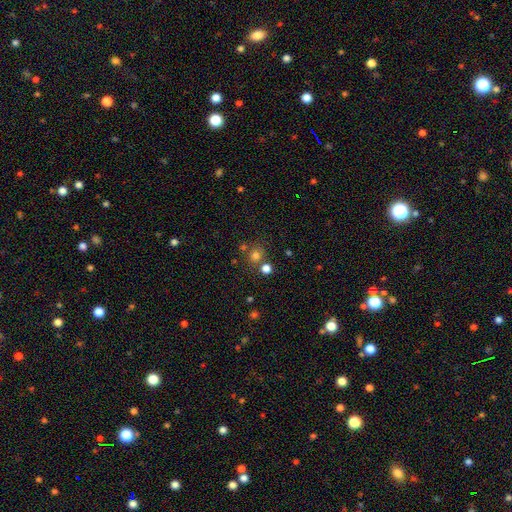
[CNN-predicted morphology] smooth_or_featured: smooth (p=0.75) [alt: star or artifact p=0.19]
how_rounded: round (p=0.88) [alt: in between p=0.12]
merging: none (p=0.72) [alt: merger p=0.16]